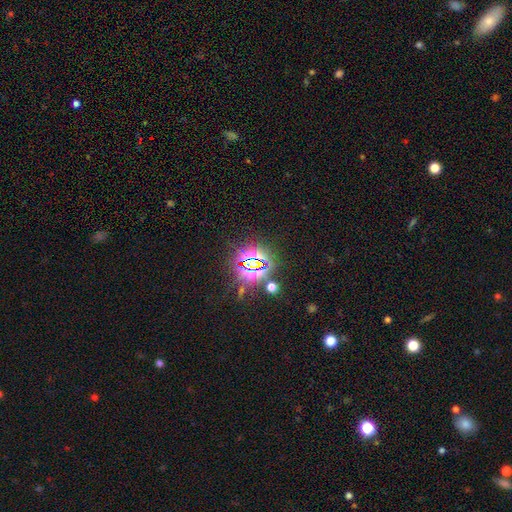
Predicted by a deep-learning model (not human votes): Overall: star or artifact (82%).